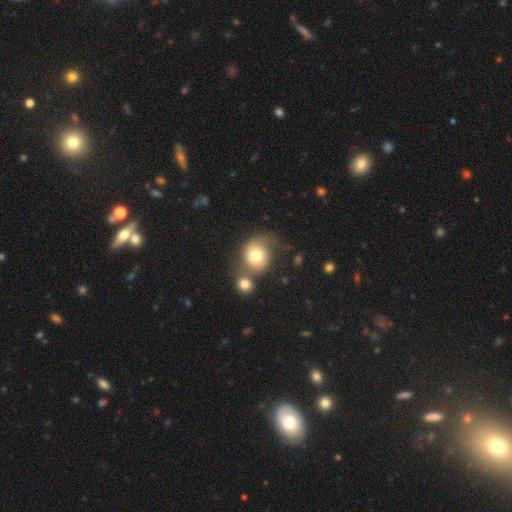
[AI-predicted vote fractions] A smooth galaxy with no disk features (76%) that is round (69%). Merging: none (40%).